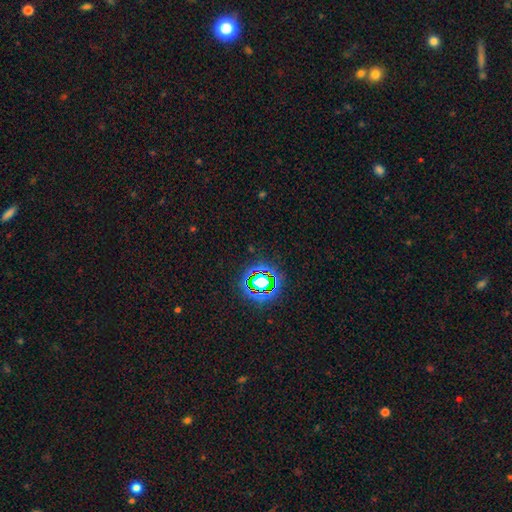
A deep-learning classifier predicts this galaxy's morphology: Overall: star or artifact (78%).